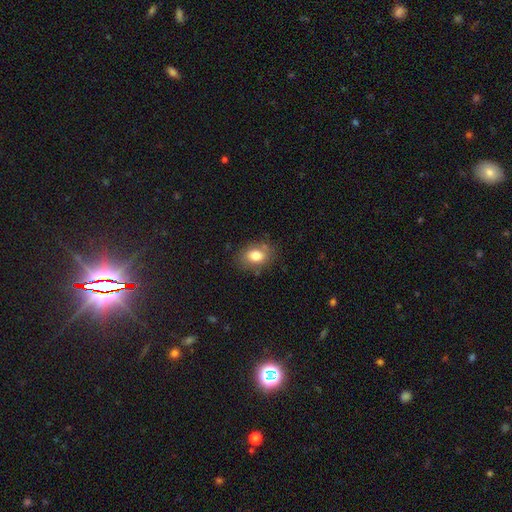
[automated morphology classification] The model was most divided on "how rounded": in between: 72%, round: 27%, cigar-shaped: 1%. More confident: smooth or featured — smooth (79%); merging — none (77%).